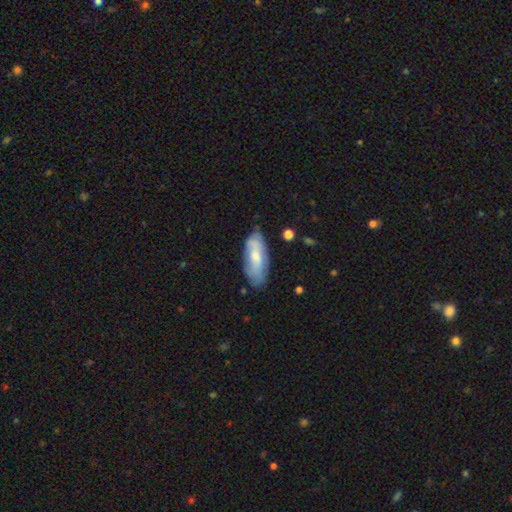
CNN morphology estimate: type=smooth (55%); roundness=in between (79%); merging=none (69%).